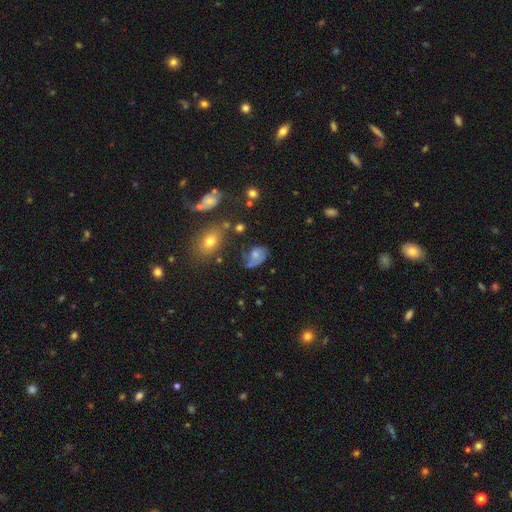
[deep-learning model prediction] smooth 46%, featured or disk 41%, star or artifact 13%. Down the decision tree: merging — none (43%).